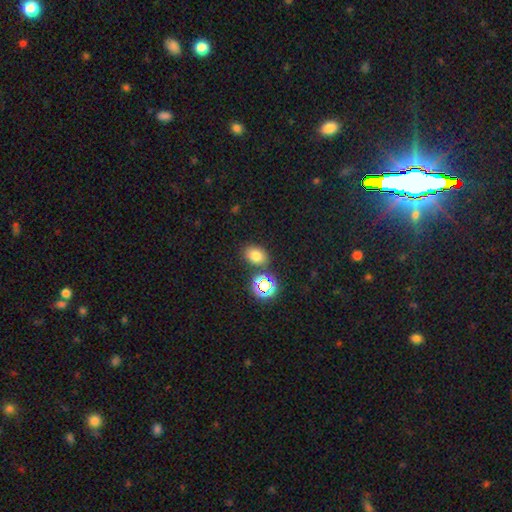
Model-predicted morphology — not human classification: Smooth or featured?
  - smooth: 71% *
  - star or artifact: 20%
  - featured or disk: 8%
How rounded?
  - in between: 64% *
  - round: 34%
  - cigar-shaped: 1%
Merging?
  - none: 78% *
  - minor disturbance: 10%
  - merger: 8%
  - major disturbance: 3%